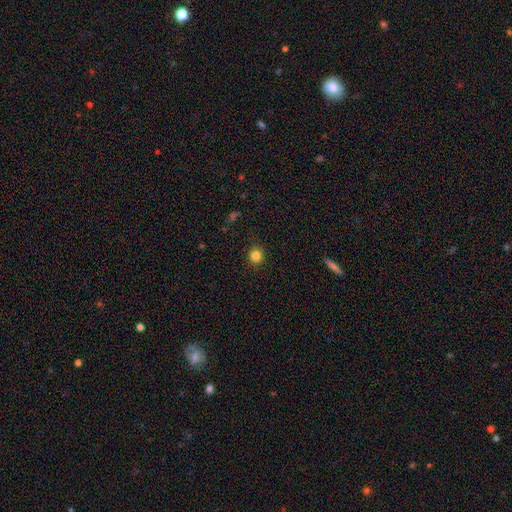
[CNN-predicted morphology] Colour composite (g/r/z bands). It shows a smooth galaxy with no disk features (83%) that is round (90%). Merging: none (91%).